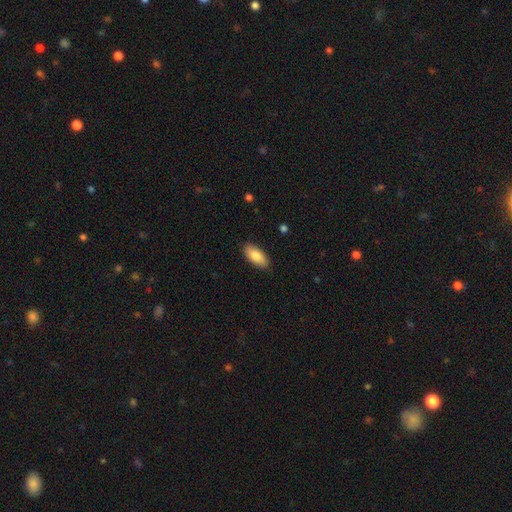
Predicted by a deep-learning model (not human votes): Smooth or featured? smooth (84%)
How rounded? in between (90%)
Merging? none (87%)